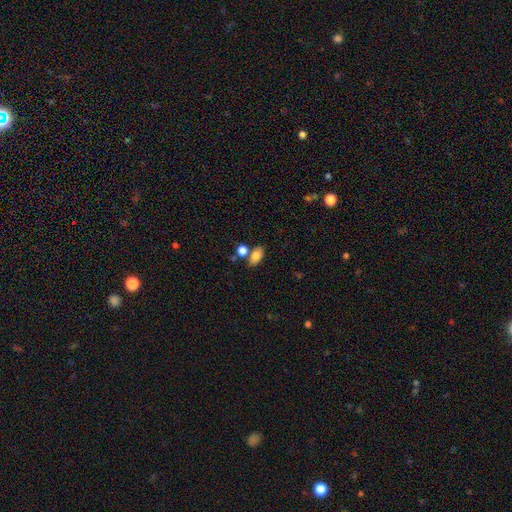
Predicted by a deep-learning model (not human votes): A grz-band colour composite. It shows a smooth galaxy with no disk features (81%) that is in between round and cigar-shaped (87%). Merging: none (63%).